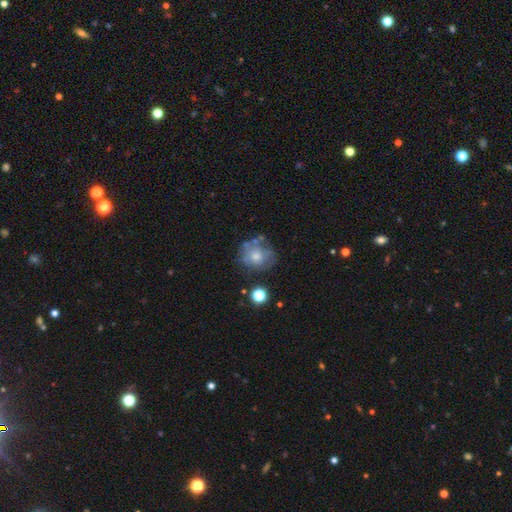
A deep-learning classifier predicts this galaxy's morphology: This is possibly a smooth galaxy (51%). How rounded: likely round (76%). Merging: possibly none (54%).